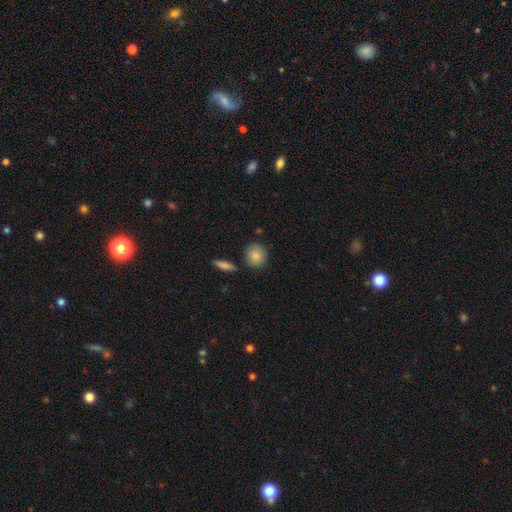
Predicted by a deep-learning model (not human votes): Overall: smooth (86%). How rounded: round (77%). Merging: none (80%).